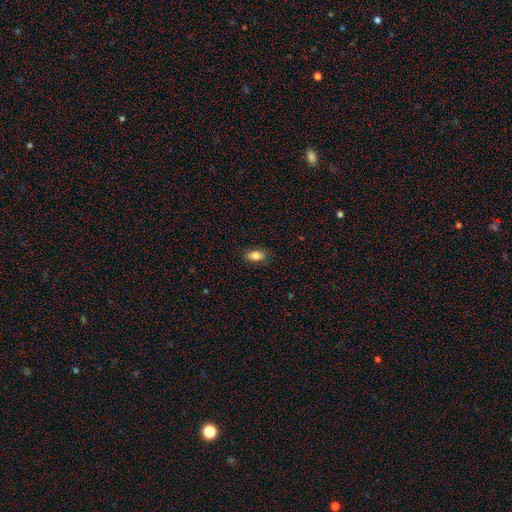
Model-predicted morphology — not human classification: A smooth galaxy with no disk features (84%) that is in between round and cigar-shaped (89%). Merging: none (83%).